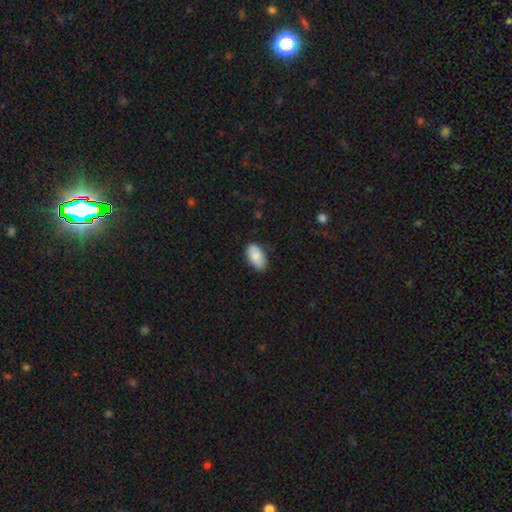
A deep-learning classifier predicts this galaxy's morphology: Smooth or featured? smooth (78%)
How rounded? in between (94%)
Merging? none (78%)